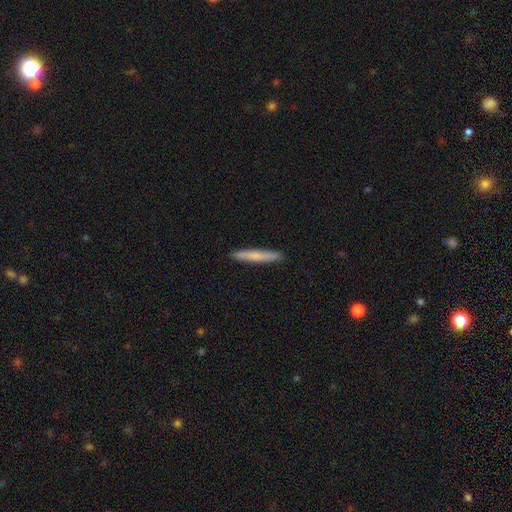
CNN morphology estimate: smooth_or_featured: smooth (p=0.68) [alt: featured or disk p=0.27]
how_rounded: cigar-shaped (p=0.95) [alt: in between p=0.04]
merging: none (p=0.91) [alt: minor disturbance p=0.06]